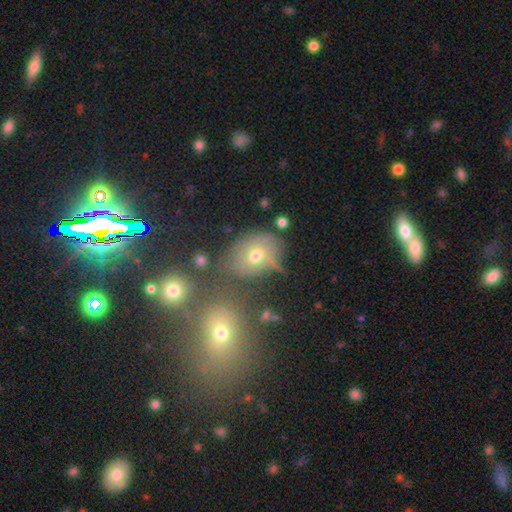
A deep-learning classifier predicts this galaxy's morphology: The model was most divided on "how rounded": in between: 57%, round: 42%, cigar-shaped: 1%. More confident: merging — none (55%); smooth or featured — smooth (54%).